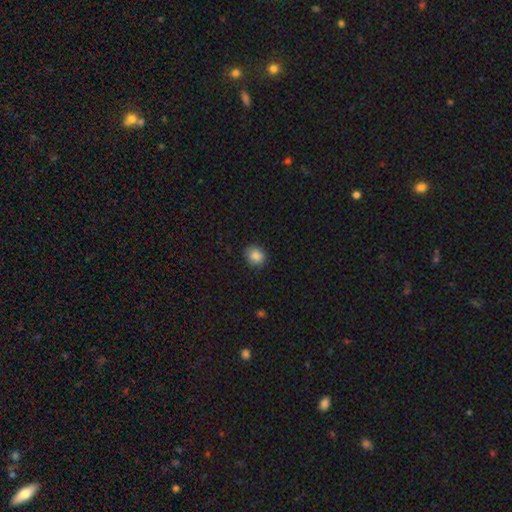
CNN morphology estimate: Overall: smooth (86%). How rounded: round (73%). Merging: none (89%).